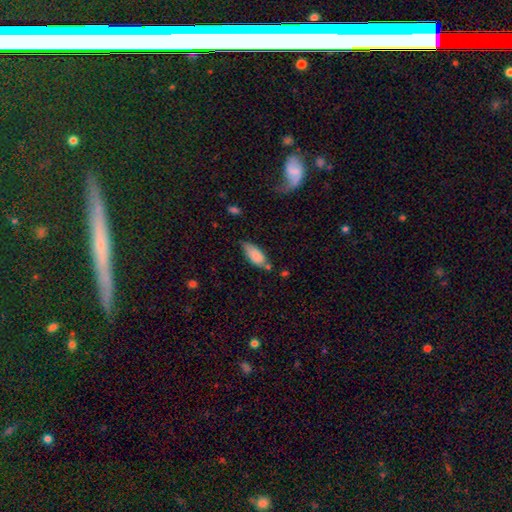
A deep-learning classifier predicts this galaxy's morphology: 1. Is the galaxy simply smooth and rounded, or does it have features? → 84% smooth, 9% featured or disk, 7% star or artifact.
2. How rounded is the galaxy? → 84% in between, 13% cigar-shaped, 2% round.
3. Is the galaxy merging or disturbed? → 47% none, 36% minor disturbance, 9% merger, 8% major disturbance.